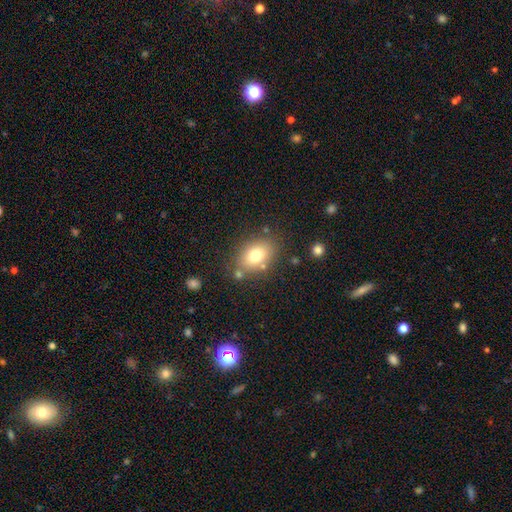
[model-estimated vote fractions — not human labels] smooth-or-featured: smooth: 75% | featured or disk: 14% | star or artifact: 11%
  how-rounded: in between: 76% | round: 23% | cigar-shaped: 1%
  merging: none: 75% | minor disturbance: 14% | merger: 7% | major disturbance: 5%